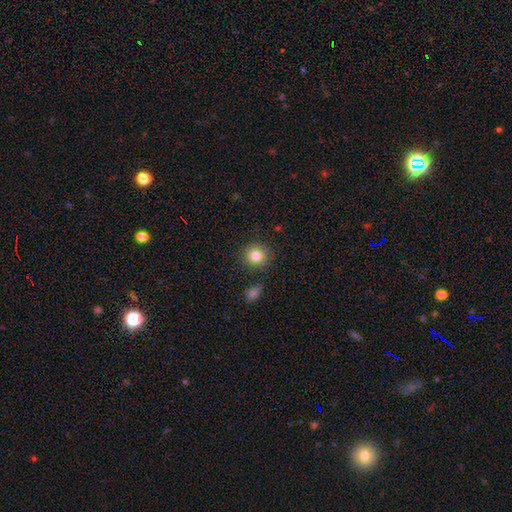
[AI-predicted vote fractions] Overall: smooth (83%). How rounded: round (90%). Merging: none (86%).